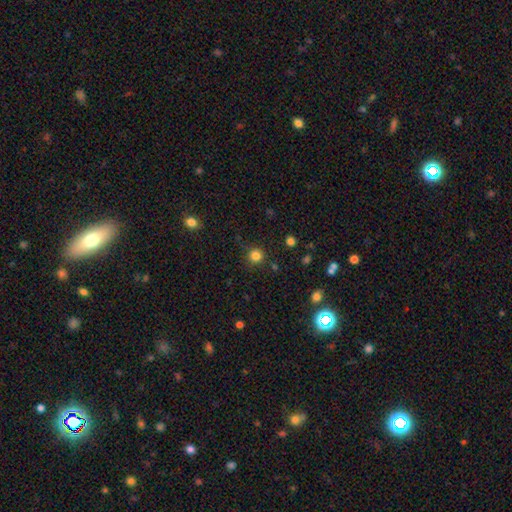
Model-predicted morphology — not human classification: Smooth or featured? smooth (82%)
How rounded? round (94%)
Merging? none (87%)